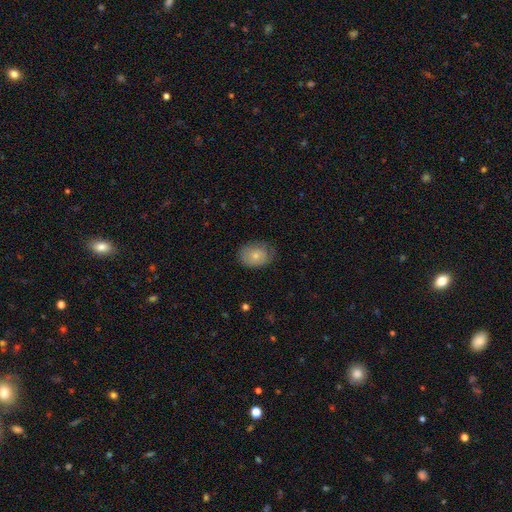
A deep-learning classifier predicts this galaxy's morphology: A smooth galaxy with no disk features (73%) that is in between round and cigar-shaped (70%).

Vote fractions:
- Smooth or featured? smooth: 73% / featured or disk: 20% / star or artifact: 7%
- How rounded? in between: 70% / round: 29% / cigar-shaped: 1%
- Merging? none: 67% / minor disturbance: 25% / major disturbance: 7% / merger: 1%